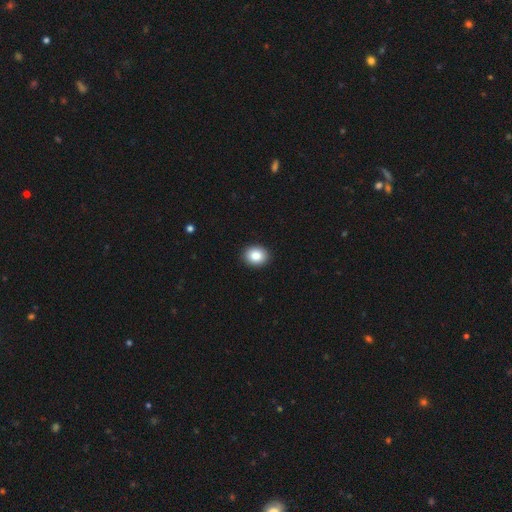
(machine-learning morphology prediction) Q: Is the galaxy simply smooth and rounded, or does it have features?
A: smooth — 86%.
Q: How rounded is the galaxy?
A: round — 67%.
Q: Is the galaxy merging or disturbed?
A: none — 92%.